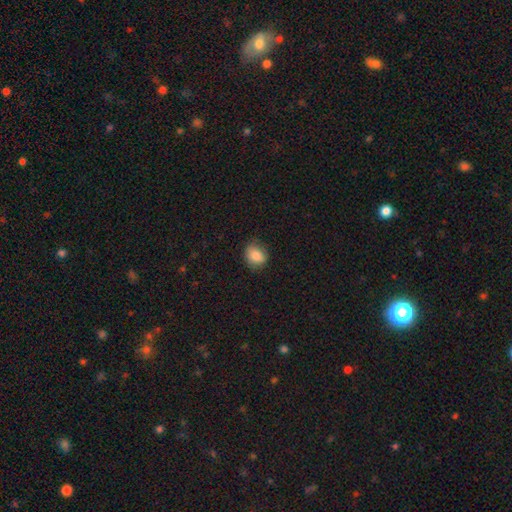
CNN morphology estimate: smooth-or-featured: smooth: 83% | featured or disk: 9% | star or artifact: 9%
  how-rounded: round: 55% | in between: 44% | cigar-shaped: 1%
  merging: none: 77% | minor disturbance: 18% | major disturbance: 4% | merger: 1%